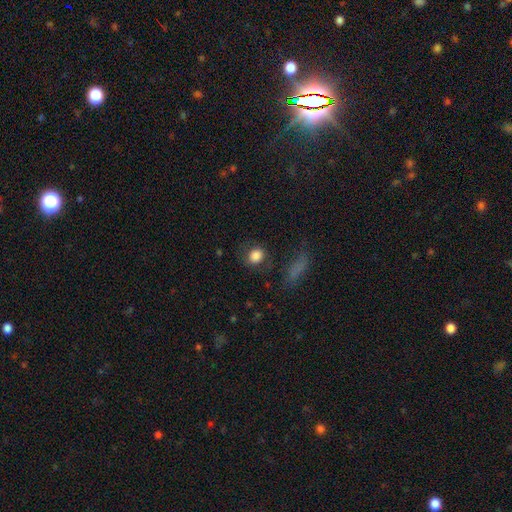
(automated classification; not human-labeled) Smooth or featured? smooth (81%)
How rounded? round (64%)
Merging? none (69%)